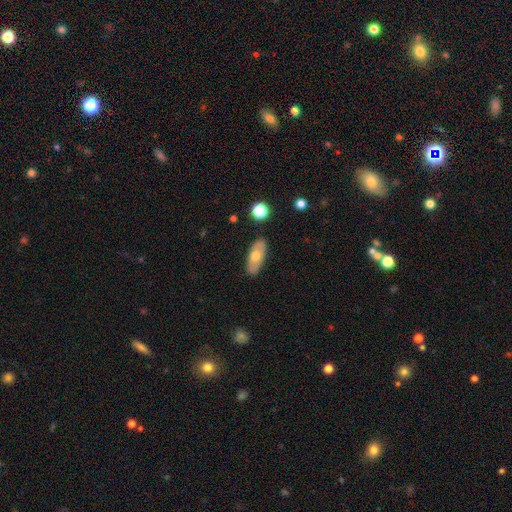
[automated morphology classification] A smooth galaxy with no disk features (58%) that is in between round and cigar-shaped (83%).

Vote fractions:
- Smooth or featured? smooth: 58% / featured or disk: 36% / star or artifact: 6%
- How rounded? in between: 83% / cigar-shaped: 13% / round: 4%
- Merging? none: 86% / minor disturbance: 10% / major disturbance: 2% / merger: 2%